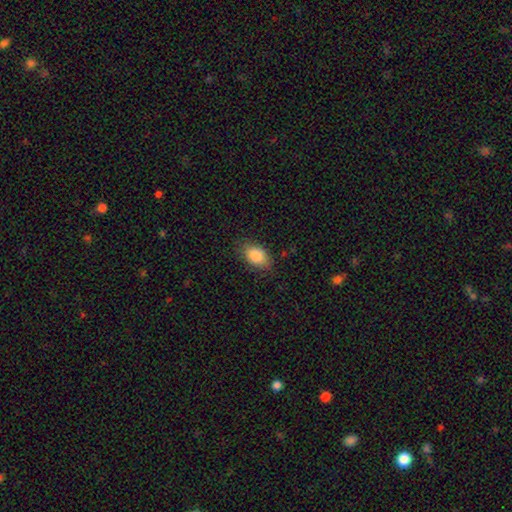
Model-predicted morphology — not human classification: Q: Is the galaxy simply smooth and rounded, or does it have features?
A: smooth — 85%.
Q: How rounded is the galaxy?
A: in between — 88%.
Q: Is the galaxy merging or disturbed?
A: none — 80%.